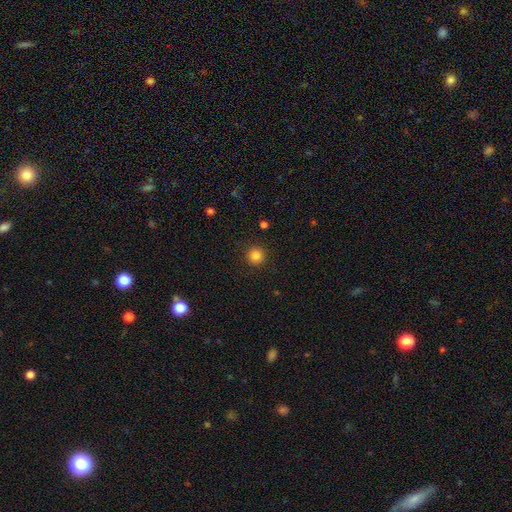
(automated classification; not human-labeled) The model was most divided on "smooth or featured": smooth: 84%, star or artifact: 12%, featured or disk: 4%. More confident: how rounded — round (95%); merging — none (92%).